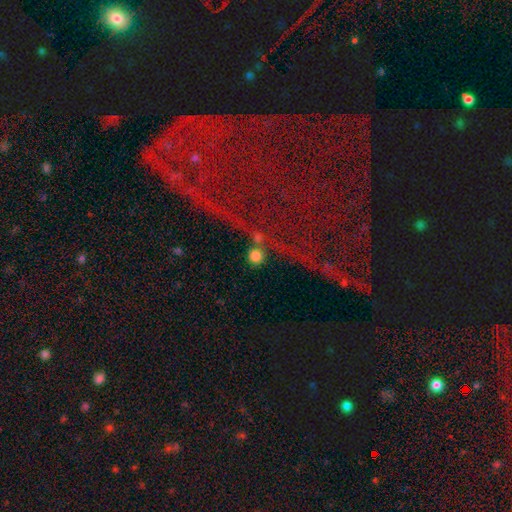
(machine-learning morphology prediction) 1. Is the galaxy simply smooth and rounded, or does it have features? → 66% smooth, 24% star or artifact, 10% featured or disk.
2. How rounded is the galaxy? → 92% round, 6% in between, 2% cigar-shaped.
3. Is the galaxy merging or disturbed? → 66% none, 19% merger, 9% minor disturbance, 6% major disturbance.